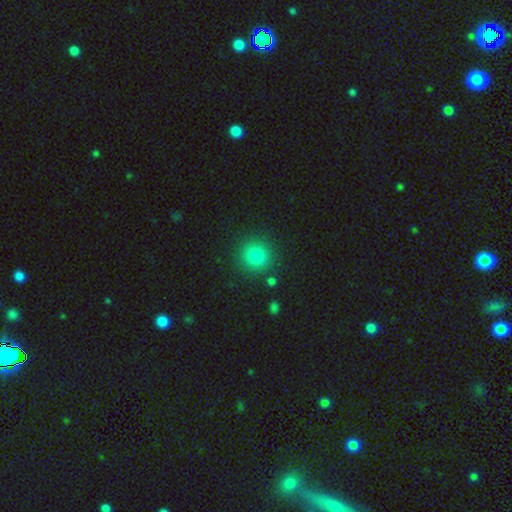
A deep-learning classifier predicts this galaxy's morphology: Smooth or featured?
  - smooth: 82% *
  - star or artifact: 12%
  - featured or disk: 6%
How rounded?
  - round: 93% *
  - in between: 6%
  - cigar-shaped: 1%
Merging?
  - none: 88% *
  - minor disturbance: 6%
  - merger: 3%
  - major disturbance: 2%